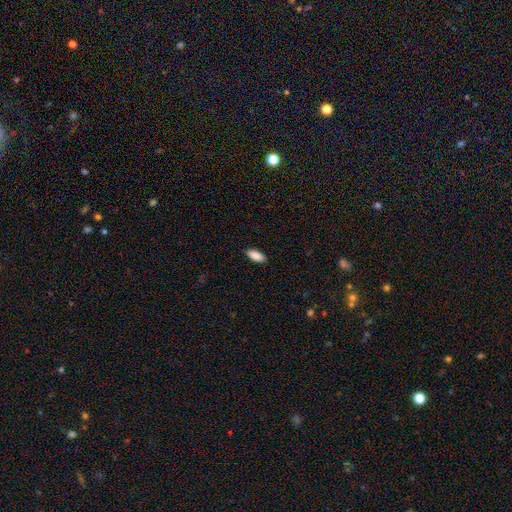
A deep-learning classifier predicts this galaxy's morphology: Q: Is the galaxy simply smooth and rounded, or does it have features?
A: smooth — 90%.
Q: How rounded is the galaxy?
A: in between — 84%.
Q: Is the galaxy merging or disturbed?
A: none — 89%.